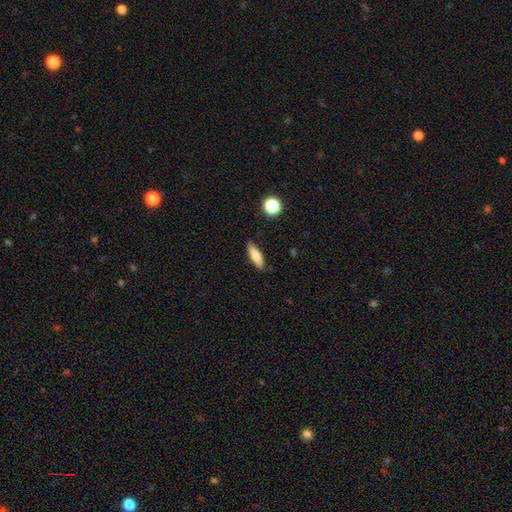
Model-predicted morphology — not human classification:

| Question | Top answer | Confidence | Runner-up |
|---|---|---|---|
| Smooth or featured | smooth | 75% | featured or disk (17%) |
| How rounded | cigar-shaped | 58% | in between (39%) |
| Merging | none | 87% | minor disturbance (10%) |